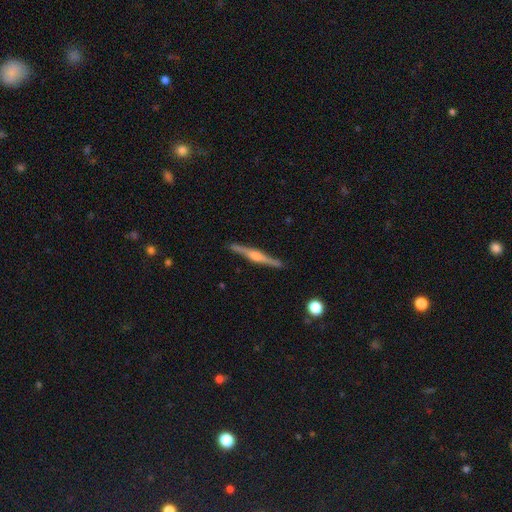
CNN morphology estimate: Overall: featured or disk (82%). Edge-on disk: yes (98%). Edge-on bulge: rounded (82%). Merging: none (91%).